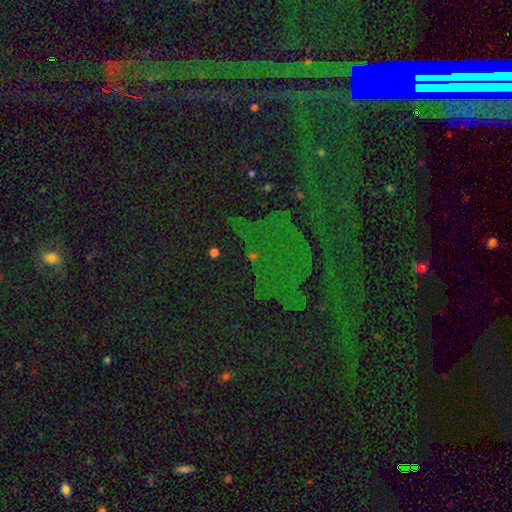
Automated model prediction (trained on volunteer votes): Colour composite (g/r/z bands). It shows a star or artifact, not a galaxy (83%).